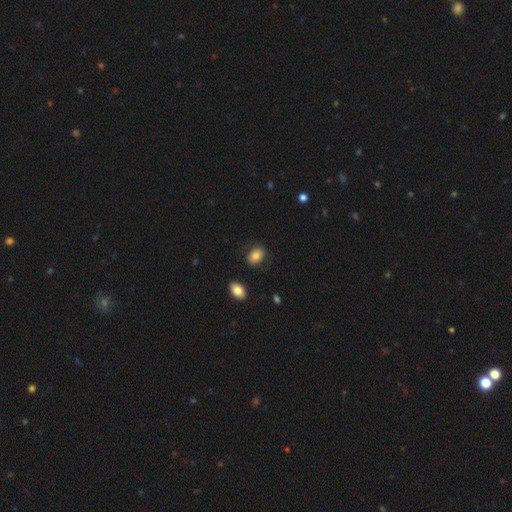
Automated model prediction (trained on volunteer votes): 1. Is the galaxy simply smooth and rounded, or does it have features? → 81% smooth, 10% featured or disk, 9% star or artifact.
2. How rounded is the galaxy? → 72% in between, 26% round, 1% cigar-shaped.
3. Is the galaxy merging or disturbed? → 83% none, 12% minor disturbance, 3% major disturbance, 2% merger.